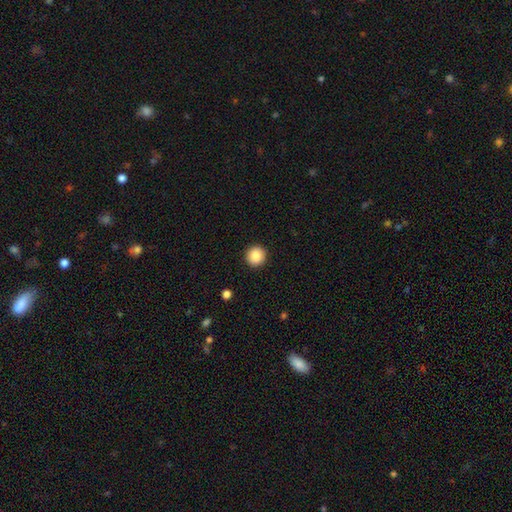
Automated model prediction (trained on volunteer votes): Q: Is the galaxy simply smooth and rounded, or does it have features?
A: smooth — 88%.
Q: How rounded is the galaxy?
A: round — 95%.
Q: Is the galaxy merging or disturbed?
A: none — 93%.